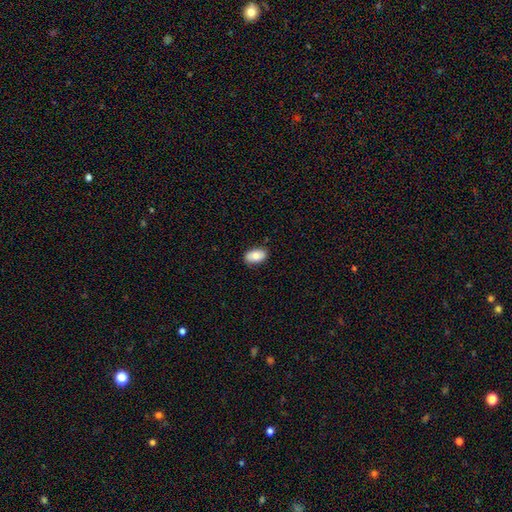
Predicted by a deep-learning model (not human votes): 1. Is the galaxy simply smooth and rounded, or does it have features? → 79% smooth, 14% featured or disk, 7% star or artifact.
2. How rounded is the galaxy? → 92% in between, 6% round, 2% cigar-shaped.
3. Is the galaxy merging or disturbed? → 84% none, 13% minor disturbance, 2% major disturbance, 1% merger.